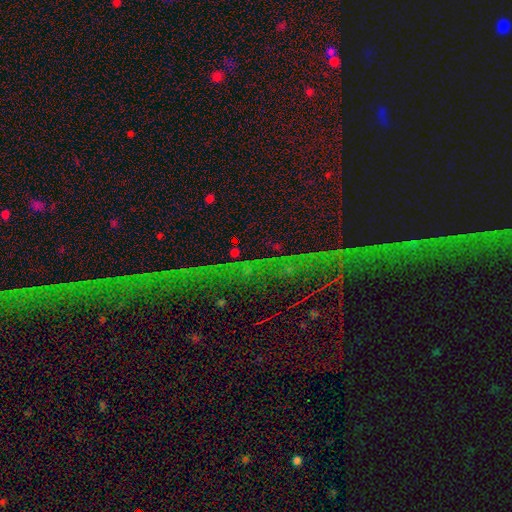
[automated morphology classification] Smooth or featured? Predicted: star or artifact (p=0.83).